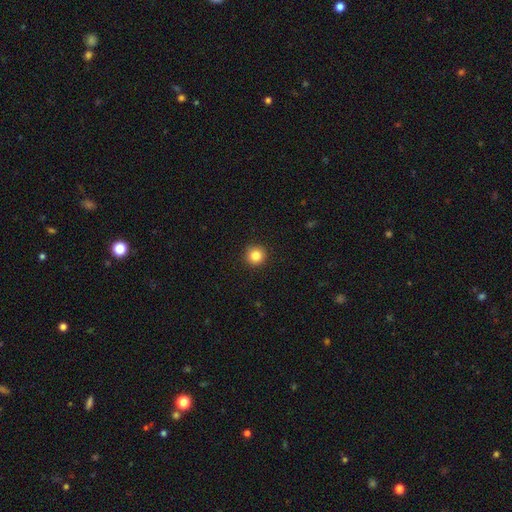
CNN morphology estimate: This is clearly a smooth galaxy (85%). How rounded: clearly round (95%). Merging: clearly none (93%).